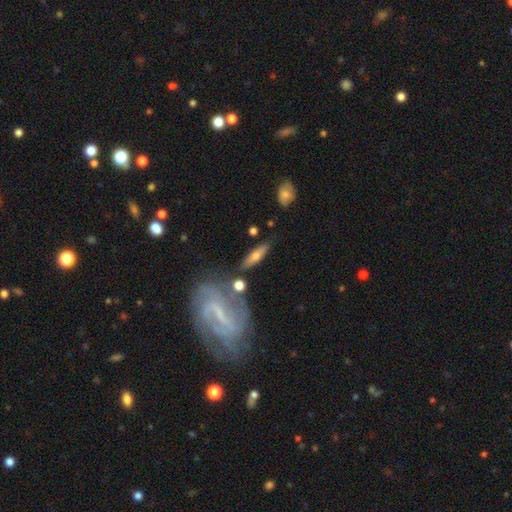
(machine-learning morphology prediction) The model was most divided on "smooth or featured": featured or disk: 49%, smooth: 44%, star or artifact: 7%. More confident: merging — none (75%).